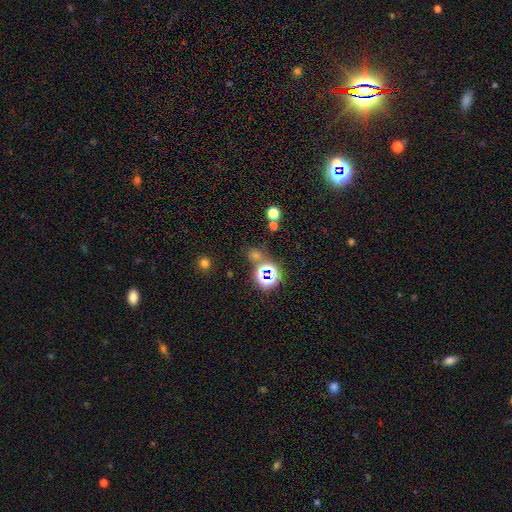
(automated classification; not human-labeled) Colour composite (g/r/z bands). It shows a star or artifact, not a galaxy (55%).